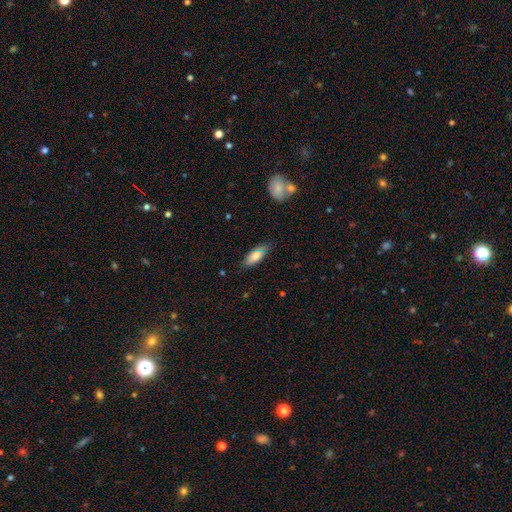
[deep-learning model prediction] Morphology: type=smooth (76%); roundness=in between (74%); merging=none (74%).